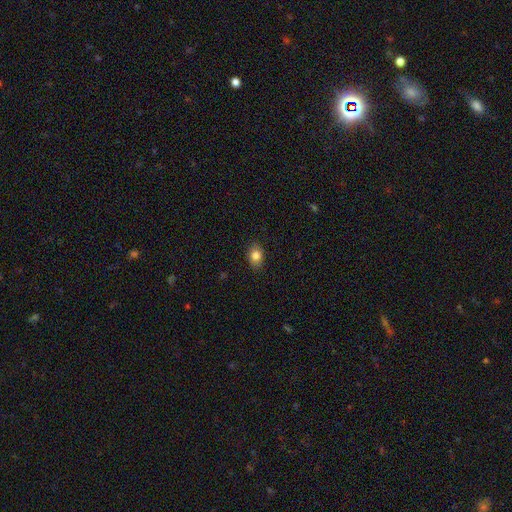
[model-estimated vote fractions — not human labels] Morphology: type=smooth (84%); roundness=in between (66%); merging=none (87%).